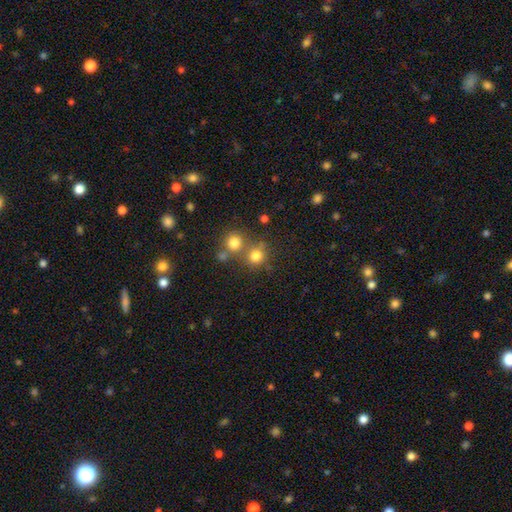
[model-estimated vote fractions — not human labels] This appears to be a smooth galaxy with no disk features (78%) that is round (89%). Merging: none (61%).